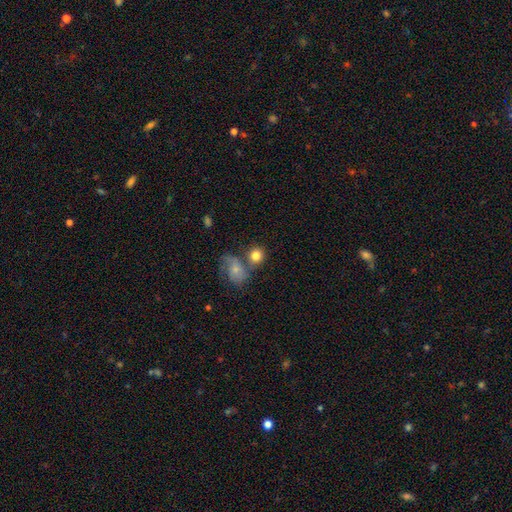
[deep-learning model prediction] Smooth or featured? smooth (78%)
How rounded? round (77%)
Merging? none (51%)